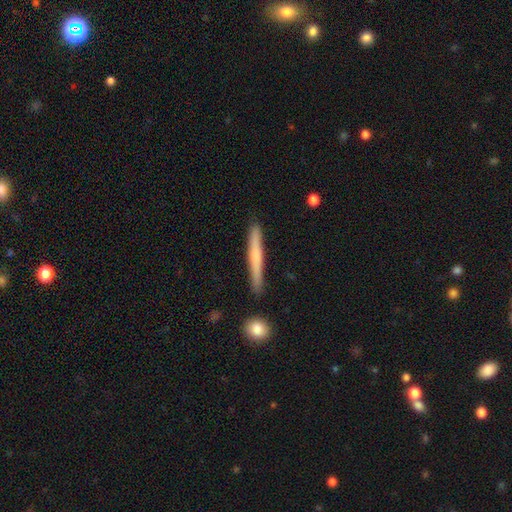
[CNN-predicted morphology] A smooth galaxy with no disk features (52%) that is cigar-shaped (96%). Merging: none (89%).